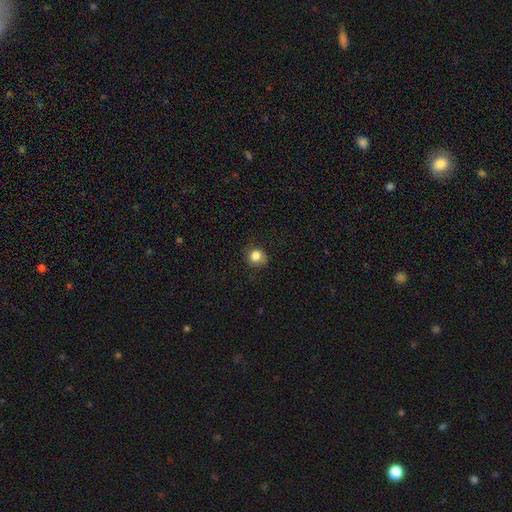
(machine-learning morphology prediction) Overall: smooth (84%). How rounded: round (79%). Merging: none (73%).